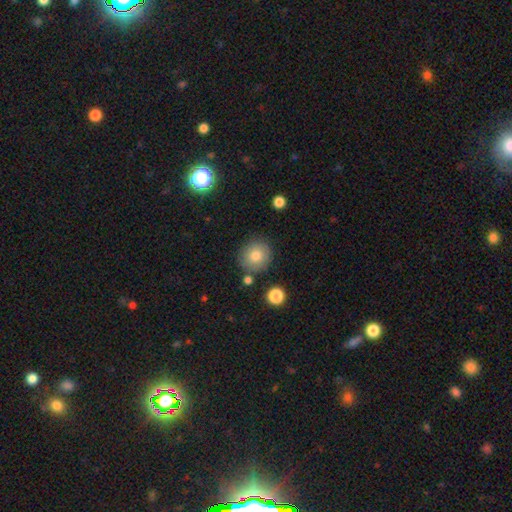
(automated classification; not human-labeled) Overall: smooth (79%). How rounded: round (89%). Merging: none (82%).